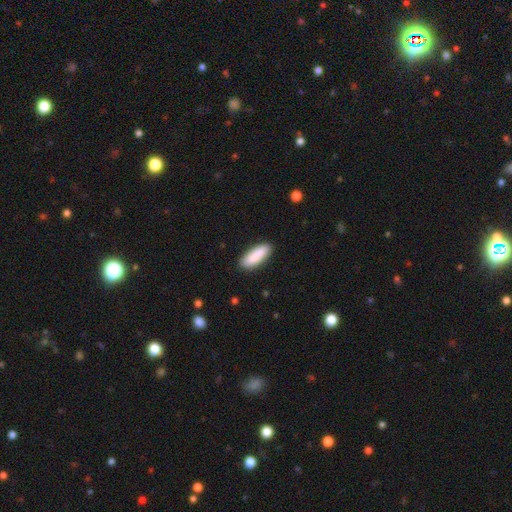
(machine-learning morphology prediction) Smooth or featured?
  - smooth: 88% *
  - featured or disk: 7%
  - star or artifact: 5%
How rounded?
  - in between: 58% *
  - cigar-shaped: 41%
  - round: 2%
Merging?
  - none: 88% *
  - minor disturbance: 9%
  - major disturbance: 2%
  - merger: 1%